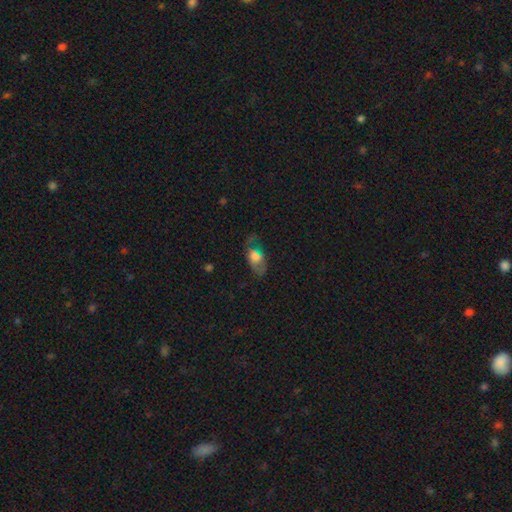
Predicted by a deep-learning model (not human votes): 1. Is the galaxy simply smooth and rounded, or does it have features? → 57% smooth, 32% featured or disk, 11% star or artifact.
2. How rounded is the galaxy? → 86% in between, 9% round, 5% cigar-shaped.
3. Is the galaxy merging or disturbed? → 57% none, 25% minor disturbance, 15% major disturbance, 3% merger.